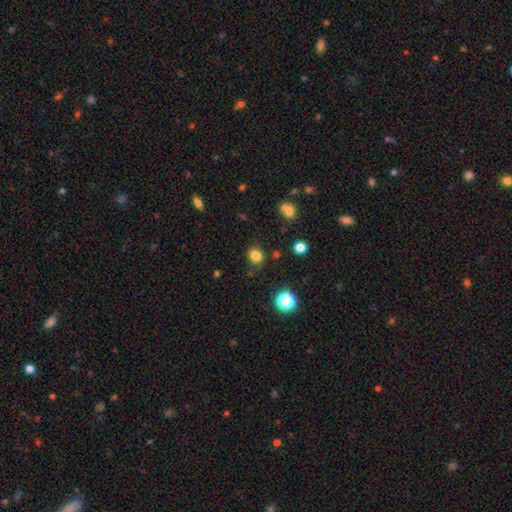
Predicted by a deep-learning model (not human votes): smooth 81%, star or artifact 14%, featured or disk 5%. Down the decision tree: how rounded — round (65%); merging — none (81%).